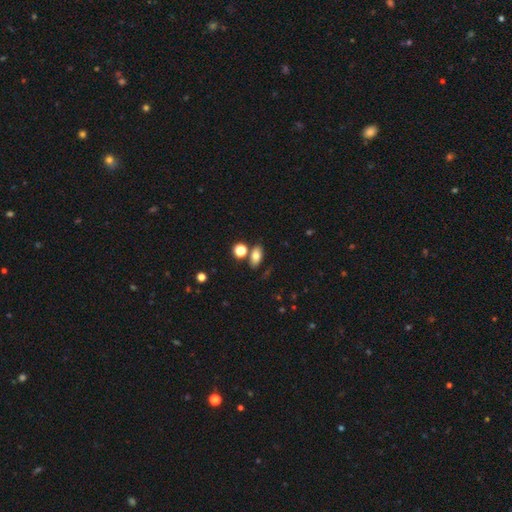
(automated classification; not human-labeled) Morphology: type=smooth (76%); roundness=in between (83%); merging=none (71%).